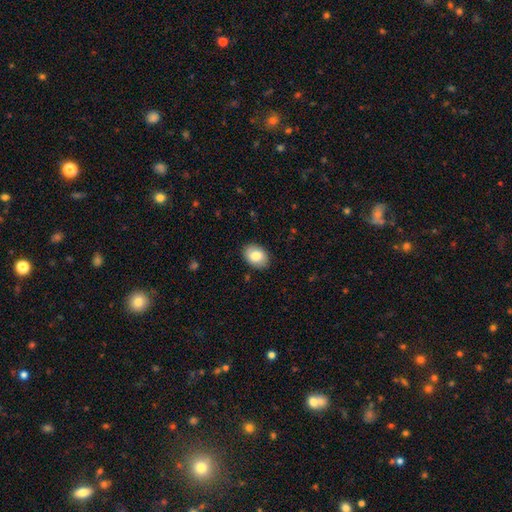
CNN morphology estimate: smooth_or_featured: smooth (p=0.83) [alt: featured or disk p=0.10]
how_rounded: in between (p=0.80) [alt: round p=0.19]
merging: none (p=0.88) [alt: minor disturbance p=0.09]